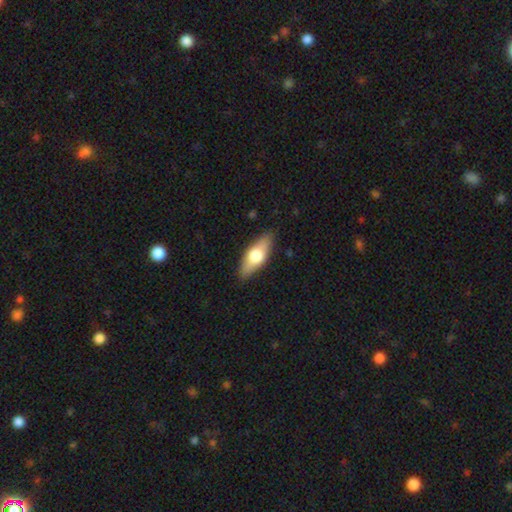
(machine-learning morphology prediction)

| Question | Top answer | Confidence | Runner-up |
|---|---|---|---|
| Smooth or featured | smooth | 60% | featured or disk (34%) |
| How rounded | in between | 67% | cigar-shaped (31%) |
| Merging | none | 86% | minor disturbance (11%) |